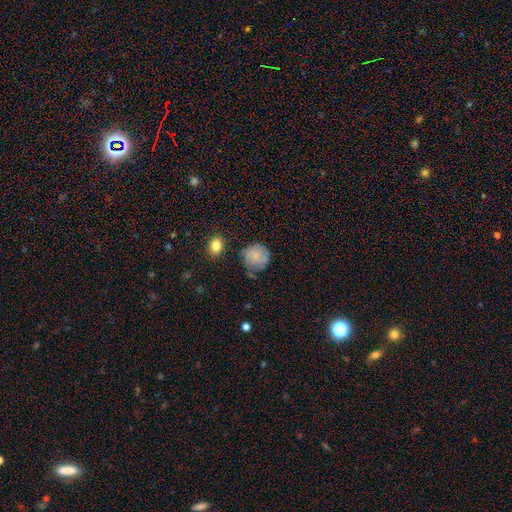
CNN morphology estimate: Smooth or featured? smooth (63%)
How rounded? round (88%)
Merging? none (63%)